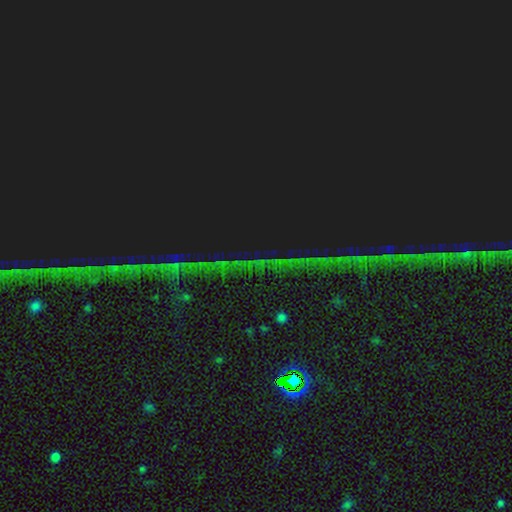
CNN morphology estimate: Smooth or featured? Predicted: star or artifact (p=0.86).